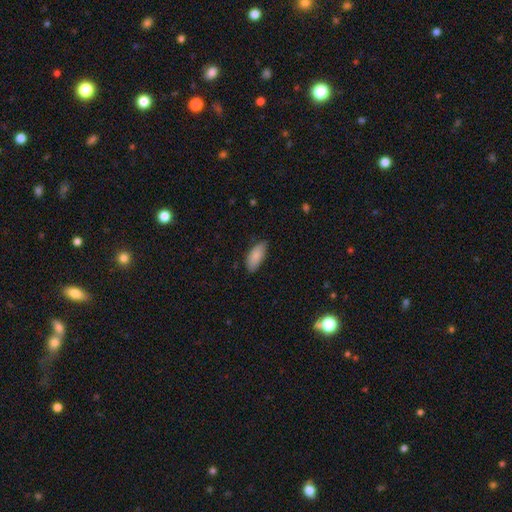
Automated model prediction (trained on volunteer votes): smooth-or-featured: smooth: 85% | featured or disk: 9% | star or artifact: 6%
  how-rounded: in between: 87% | cigar-shaped: 11% | round: 2%
  merging: none: 71% | minor disturbance: 24% | major disturbance: 3% | merger: 1%